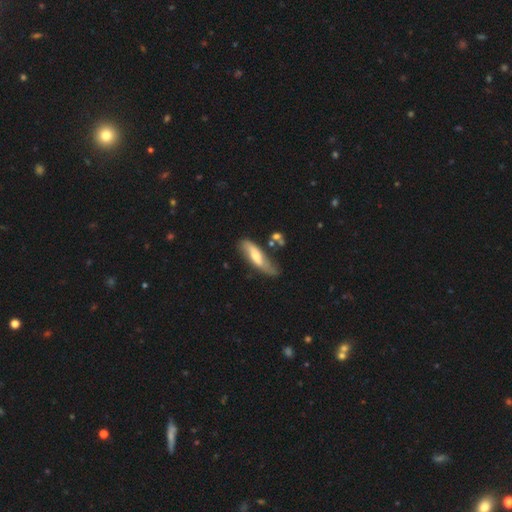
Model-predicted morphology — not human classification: Q: Smooth or featured?
A: featured or disk (54%); runner-up: smooth (40%)
Q: Edge-on disk?
A: no (60%); runner-up: yes (40%)
Q: Merging?
A: none (60%); runner-up: minor disturbance (26%)